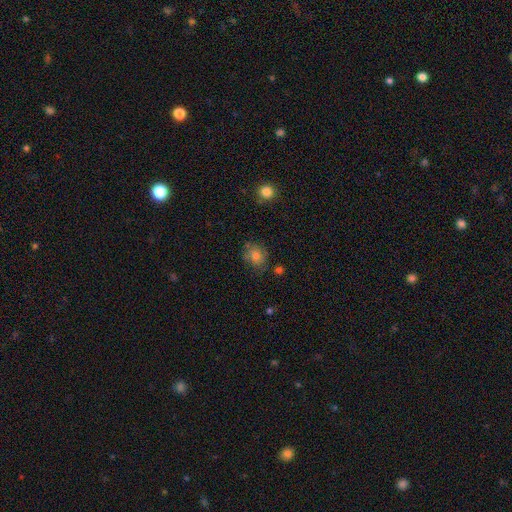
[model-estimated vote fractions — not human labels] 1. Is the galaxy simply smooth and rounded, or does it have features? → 74% smooth, 14% featured or disk, 12% star or artifact.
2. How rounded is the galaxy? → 68% round, 31% in between, 1% cigar-shaped.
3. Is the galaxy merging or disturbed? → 67% none, 21% minor disturbance, 7% major disturbance, 4% merger.